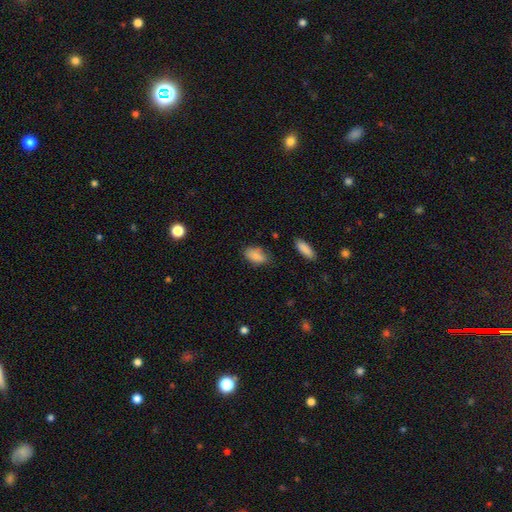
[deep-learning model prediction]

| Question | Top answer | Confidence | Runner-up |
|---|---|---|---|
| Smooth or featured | smooth | 85% | star or artifact (8%) |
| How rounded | in between | 91% | round (6%) |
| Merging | none | 66% | minor disturbance (26%) |